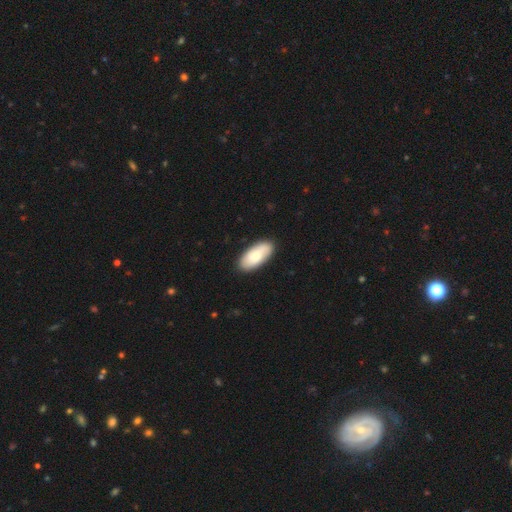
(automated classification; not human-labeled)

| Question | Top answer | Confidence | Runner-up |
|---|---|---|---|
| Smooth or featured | smooth | 76% | featured or disk (18%) |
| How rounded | in between | 91% | cigar-shaped (7%) |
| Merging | none | 88% | minor disturbance (9%) |